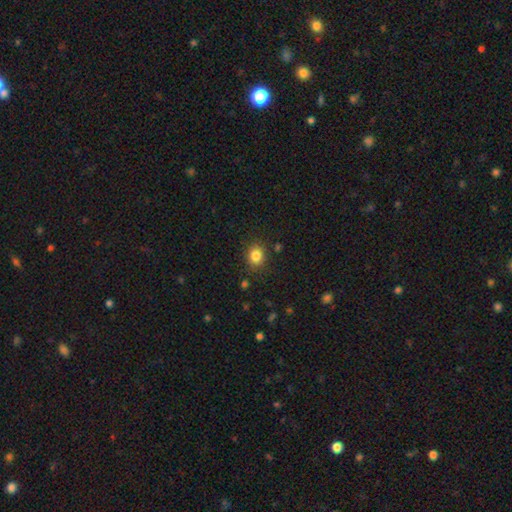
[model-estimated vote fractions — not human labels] Q: Smooth or featured?
A: smooth (84%); runner-up: star or artifact (11%)
Q: How rounded?
A: round (67%); runner-up: in between (32%)
Q: Merging?
A: none (85%); runner-up: minor disturbance (10%)